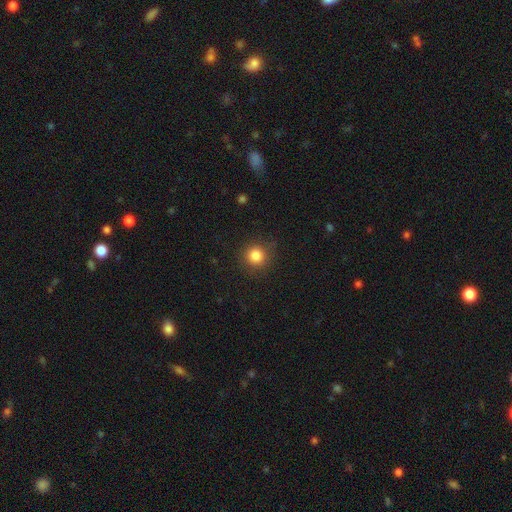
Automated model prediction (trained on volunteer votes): Smooth or featured: smooth — 83% (star or artifact — 12%)
How rounded: round — 94% (in between — 6%)
Merging: none — 88% (minor disturbance — 8%)